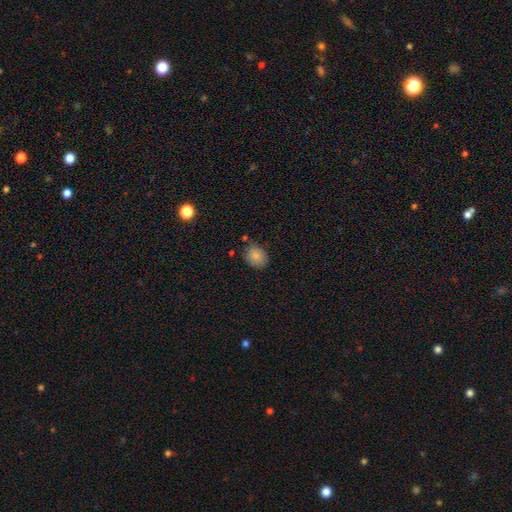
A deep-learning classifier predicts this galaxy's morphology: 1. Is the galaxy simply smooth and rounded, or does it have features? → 85% smooth, 9% star or artifact, 6% featured or disk.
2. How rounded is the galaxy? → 51% round, 48% in between, 1% cigar-shaped.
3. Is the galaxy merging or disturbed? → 78% none, 15% minor disturbance, 4% merger, 3% major disturbance.